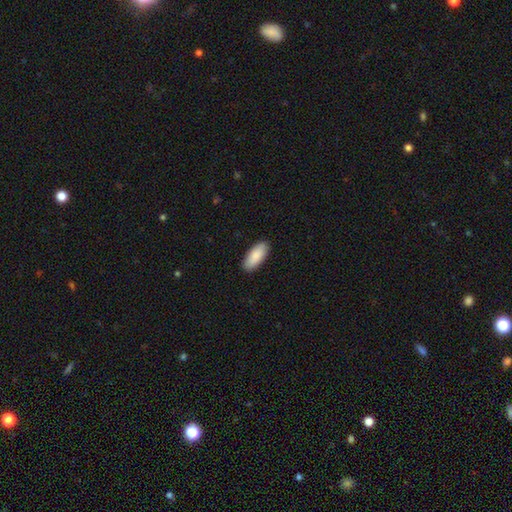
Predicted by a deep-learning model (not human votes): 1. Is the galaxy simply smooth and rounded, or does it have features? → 90% smooth, 5% star or artifact, 5% featured or disk.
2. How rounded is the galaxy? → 87% in between, 11% cigar-shaped, 2% round.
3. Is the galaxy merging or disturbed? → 90% none, 8% minor disturbance, 2% major disturbance, 1% merger.